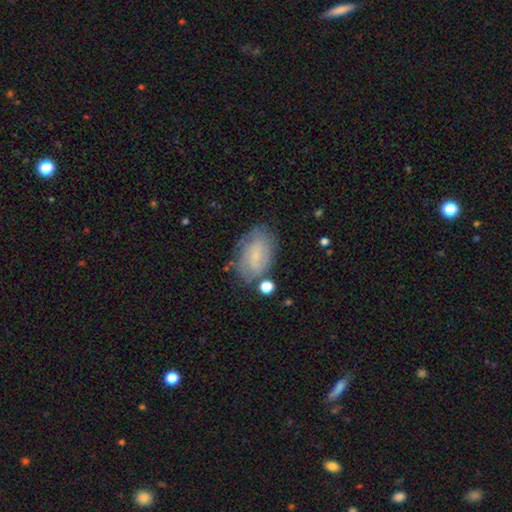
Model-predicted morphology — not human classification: Overall: featured or disk (46%; smooth 45%). Merging: none (64%).